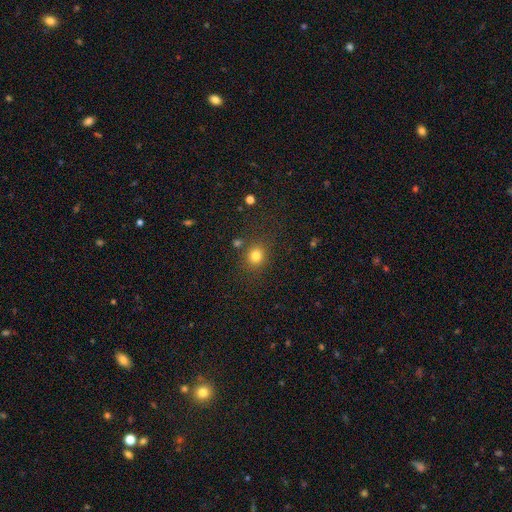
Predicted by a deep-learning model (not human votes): Smooth or featured? smooth (80%)
How rounded? round (77%)
Merging? none (80%)